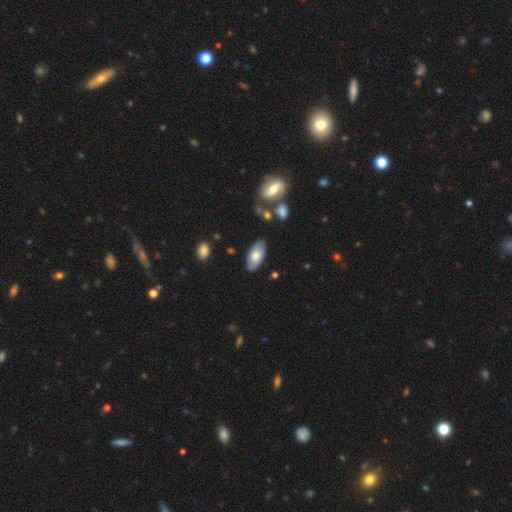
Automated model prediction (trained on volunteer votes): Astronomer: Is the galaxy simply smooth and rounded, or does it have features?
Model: smooth — 66%.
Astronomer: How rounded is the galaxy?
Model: in between — 92%.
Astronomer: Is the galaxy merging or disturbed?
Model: none — 78%.